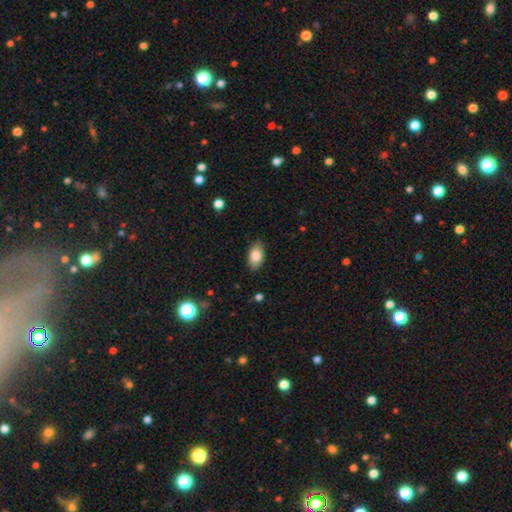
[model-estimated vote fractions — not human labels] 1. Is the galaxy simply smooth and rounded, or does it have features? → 83% smooth, 9% featured or disk, 7% star or artifact.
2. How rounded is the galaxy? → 92% in between, 6% round, 2% cigar-shaped.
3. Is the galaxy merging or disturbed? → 85% none, 11% minor disturbance, 2% major disturbance, 1% merger.